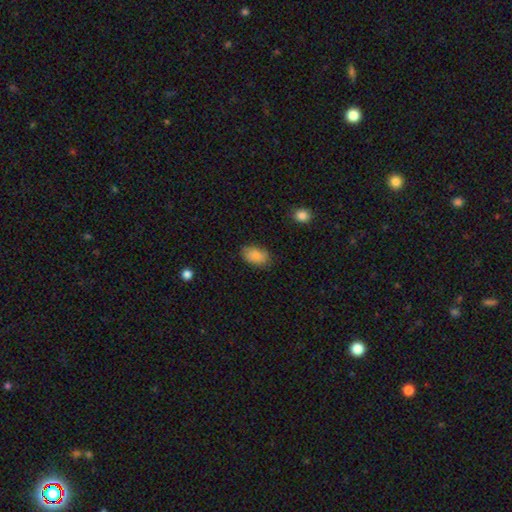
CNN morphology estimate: Smooth or featured?
  - smooth: 87% *
  - star or artifact: 7%
  - featured or disk: 5%
How rounded?
  - in between: 91% *
  - round: 7%
  - cigar-shaped: 2%
Merging?
  - none: 80% *
  - minor disturbance: 15%
  - major disturbance: 3%
  - merger: 1%